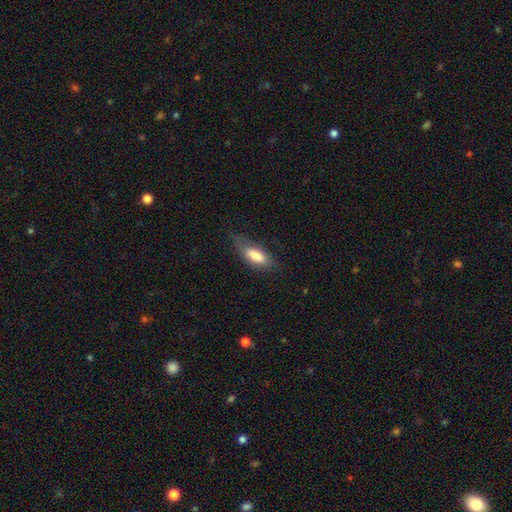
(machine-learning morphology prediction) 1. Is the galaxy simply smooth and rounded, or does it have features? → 78% smooth, 16% featured or disk, 6% star or artifact.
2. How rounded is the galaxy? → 74% in between, 24% cigar-shaped, 2% round.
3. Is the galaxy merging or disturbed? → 61% none, 28% minor disturbance, 10% major disturbance, 1% merger.